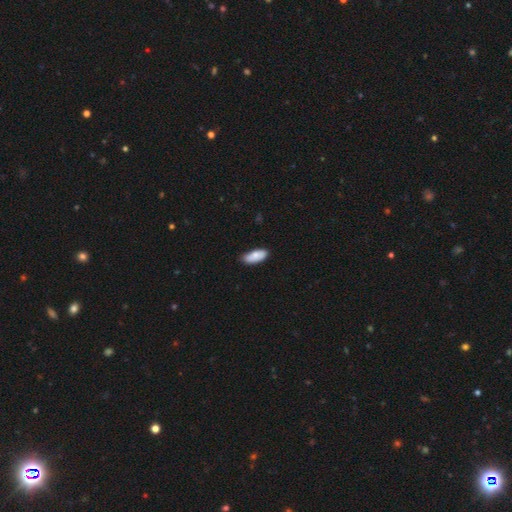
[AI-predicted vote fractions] This is clearly a smooth galaxy (82%). How rounded: clearly in between (83%). Merging: likely none (78%).